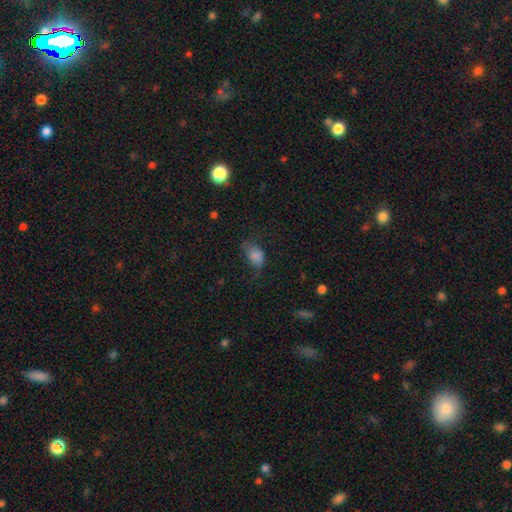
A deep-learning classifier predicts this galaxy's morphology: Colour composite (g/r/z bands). It shows a smooth galaxy with no disk features (72%) that is in between round and cigar-shaped (82%). Merging: none (42%).